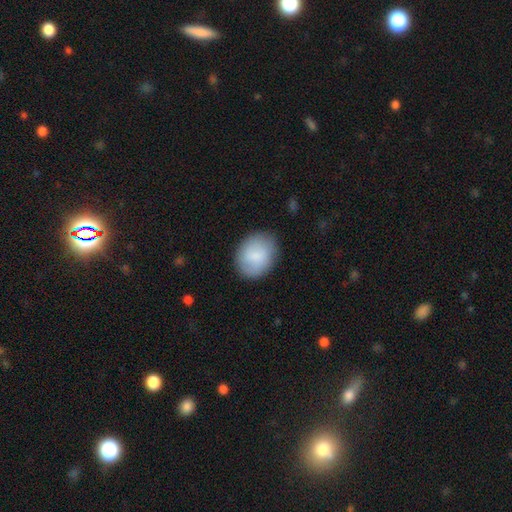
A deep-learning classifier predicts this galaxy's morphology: smooth-or-featured: smooth: 81% | featured or disk: 13% | star or artifact: 6%
  how-rounded: in between: 51% | round: 48% | cigar-shaped: 1%
  merging: none: 82% | minor disturbance: 13% | major disturbance: 4% | merger: 1%